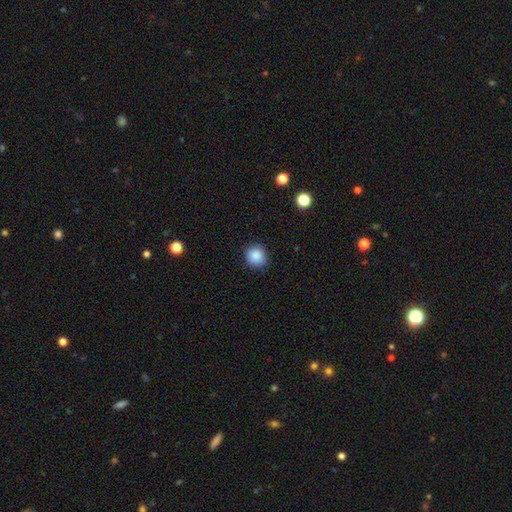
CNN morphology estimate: Smooth or featured? smooth (87%)
How rounded? round (87%)
Merging? none (87%)